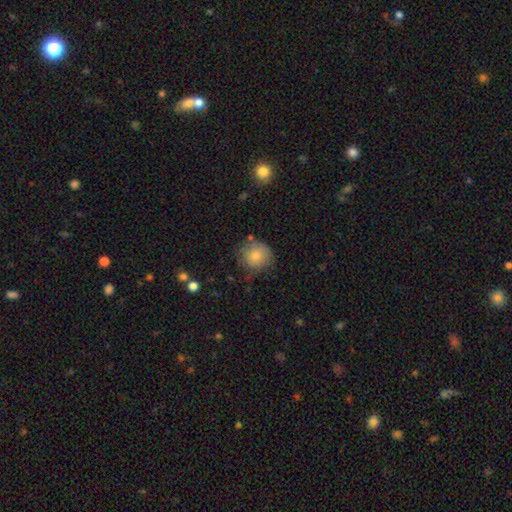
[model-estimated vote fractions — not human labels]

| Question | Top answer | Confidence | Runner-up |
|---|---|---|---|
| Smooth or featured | smooth | 80% | featured or disk (11%) |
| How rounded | round | 88% | in between (11%) |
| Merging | none | 67% | minor disturbance (23%) |